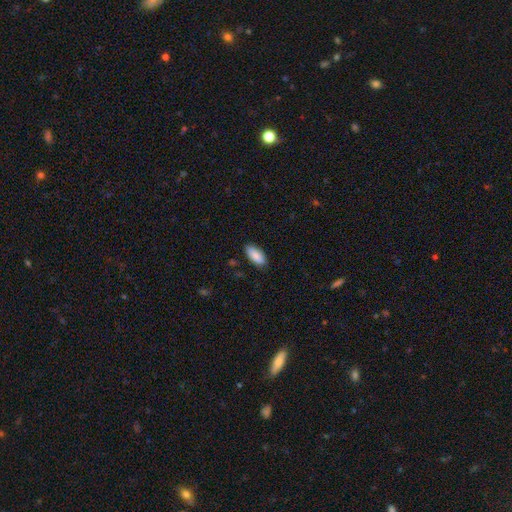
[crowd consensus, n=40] This is clearly a smooth galaxy (88%). How rounded: clearly in between (89%). Merging: clearly none (90%).